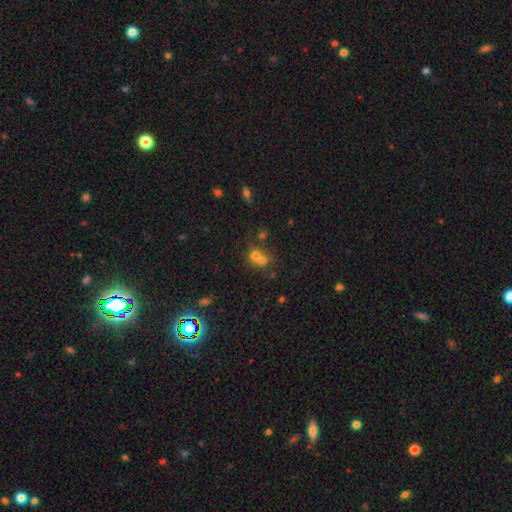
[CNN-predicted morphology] Q: Smooth or featured?
A: smooth (64%); runner-up: star or artifact (18%)
Q: How rounded?
A: round (80%); runner-up: in between (19%)
Q: Merging?
A: merger (57%); runner-up: none (34%)